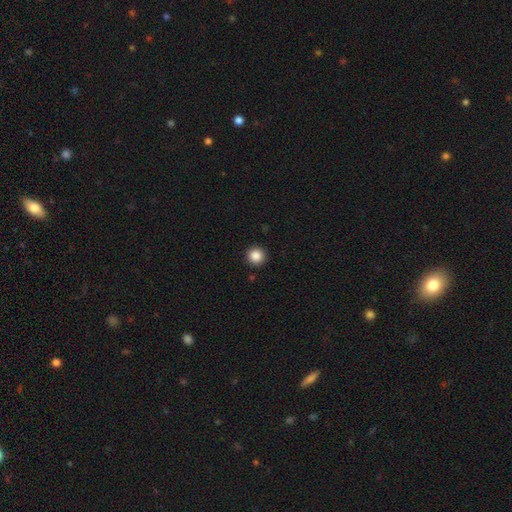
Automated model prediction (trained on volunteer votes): Morphology: type=smooth (87%); roundness=round (95%); merging=none (92%).